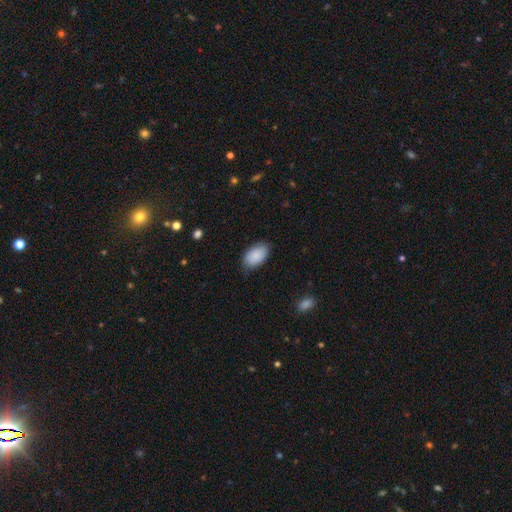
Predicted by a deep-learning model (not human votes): The model was most divided on "merging": none: 79%, minor disturbance: 17%, major disturbance: 3%, merger: 1%. More confident: how rounded — in between (94%); smooth or featured — smooth (89%).